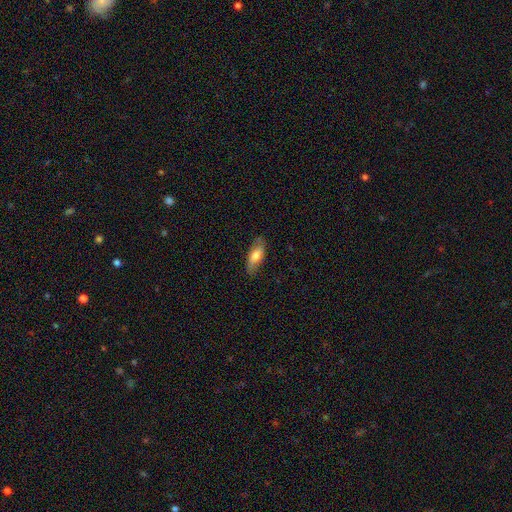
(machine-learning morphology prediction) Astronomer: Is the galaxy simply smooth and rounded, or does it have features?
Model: smooth — 68%.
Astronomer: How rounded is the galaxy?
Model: in between — 77%.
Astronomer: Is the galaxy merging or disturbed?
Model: none — 75%.